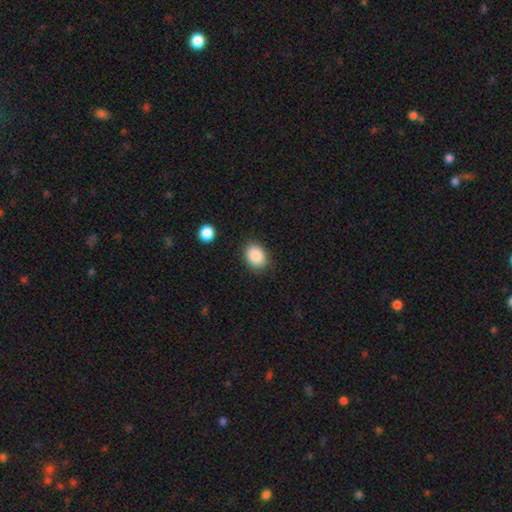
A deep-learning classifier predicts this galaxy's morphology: Smooth or featured: smooth — 88% (star or artifact — 8%)
How rounded: in between — 64% (round — 35%)
Merging: none — 86% (minor disturbance — 10%)